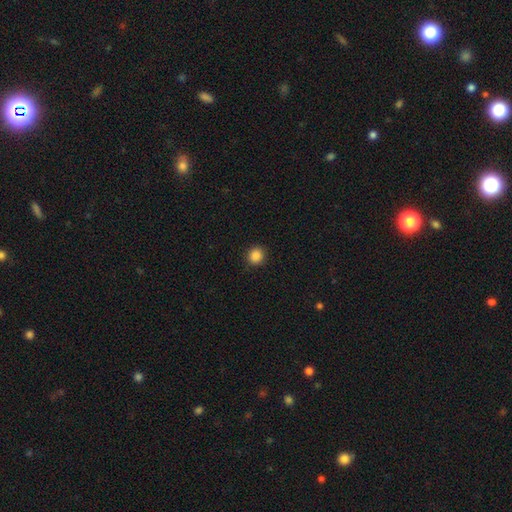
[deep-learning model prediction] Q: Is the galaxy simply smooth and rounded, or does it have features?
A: smooth — 87%.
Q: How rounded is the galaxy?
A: round — 90%.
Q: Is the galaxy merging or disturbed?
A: none — 91%.